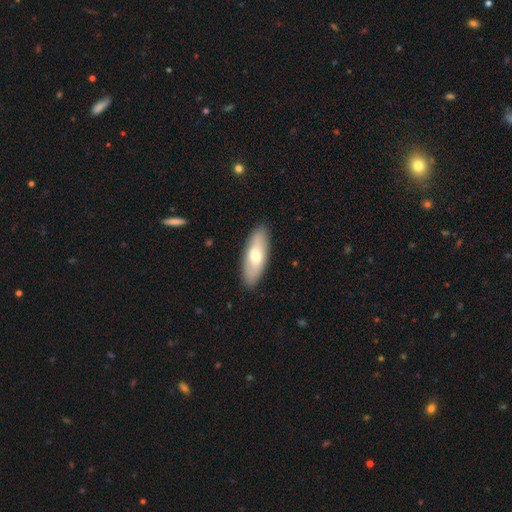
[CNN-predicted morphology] Smooth or featured? smooth (60%)
How rounded? in between (67%)
Merging? none (88%)